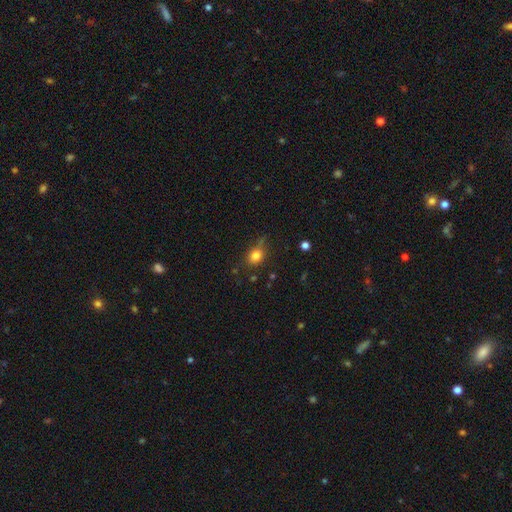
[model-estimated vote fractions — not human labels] smooth_or_featured: smooth (p=0.81) [alt: star or artifact p=0.12]
how_rounded: round (p=0.59) [alt: in between p=0.39]
merging: none (p=0.70) [alt: minor disturbance p=0.20]